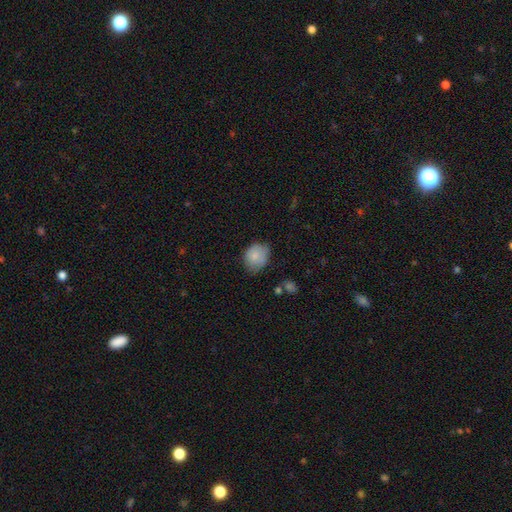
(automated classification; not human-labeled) This appears to be a smooth galaxy with no disk features (83%) that is round (52%). Merging: none (60%).